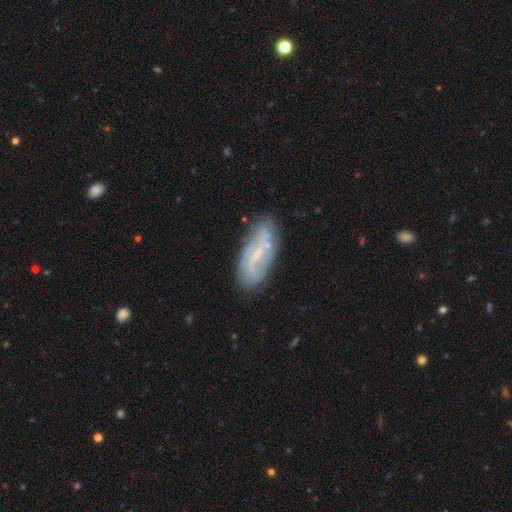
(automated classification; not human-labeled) featured or disk 63%, smooth 28%, star or artifact 9%. Down the decision tree: edge-on disk — no (86%); bar — weak (44%); spiral arms — yes (72%); bulge size — small (61%); merging — none (77%).